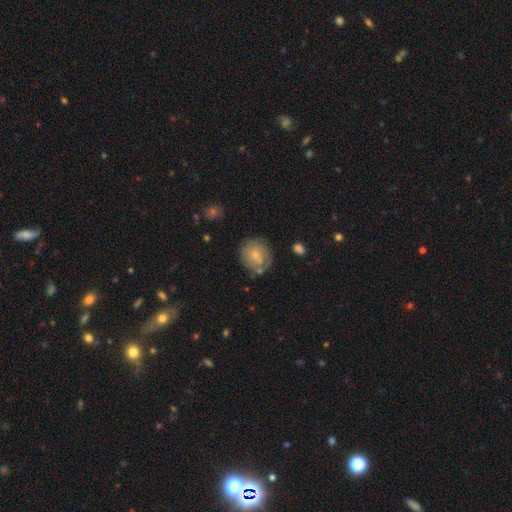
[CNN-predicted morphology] A smooth galaxy with no disk features (58%) that is round (79%). Merging: none (68%).